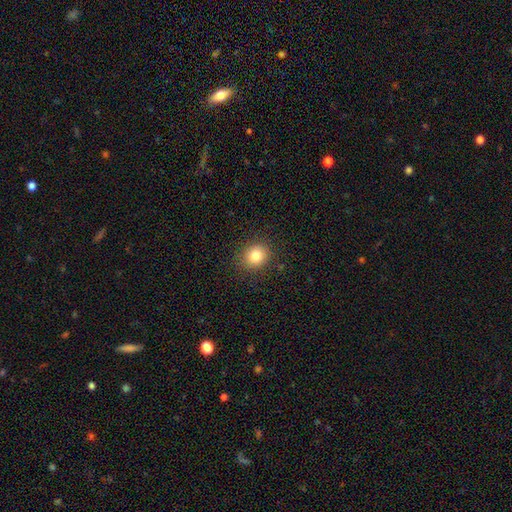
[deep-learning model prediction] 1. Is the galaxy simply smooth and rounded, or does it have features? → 82% smooth, 11% star or artifact, 7% featured or disk.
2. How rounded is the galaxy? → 73% round, 27% in between, 1% cigar-shaped.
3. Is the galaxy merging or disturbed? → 88% none, 9% minor disturbance, 3% major disturbance, 1% merger.